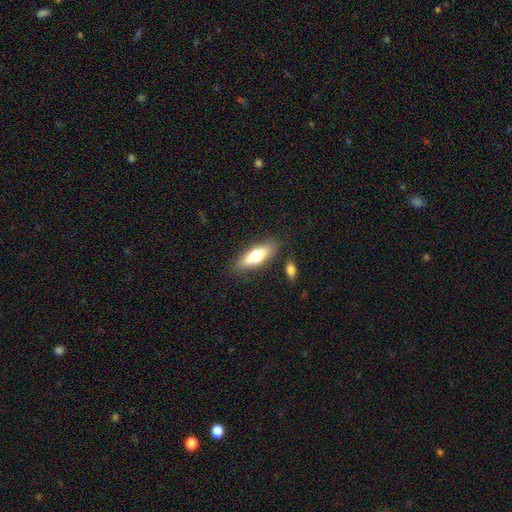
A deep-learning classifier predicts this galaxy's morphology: smooth_or_featured: smooth (p=0.68) [alt: featured or disk p=0.26]
how_rounded: in between (p=0.56) [alt: cigar-shaped p=0.42]
merging: none (p=0.82) [alt: minor disturbance p=0.11]